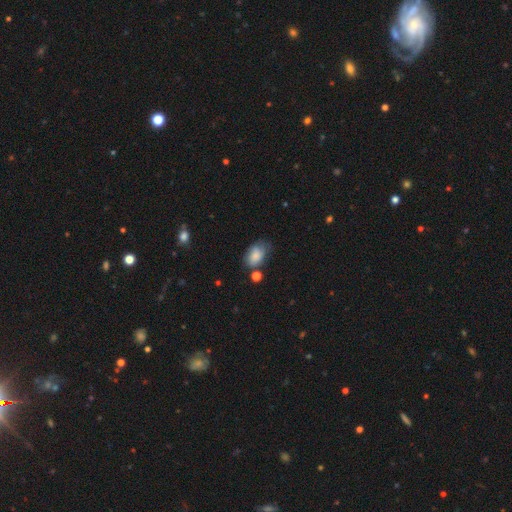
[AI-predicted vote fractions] Q: Smooth or featured?
A: smooth (76%); runner-up: featured or disk (15%)
Q: How rounded?
A: in between (87%); runner-up: round (12%)
Q: Merging?
A: none (50%); runner-up: minor disturbance (32%)